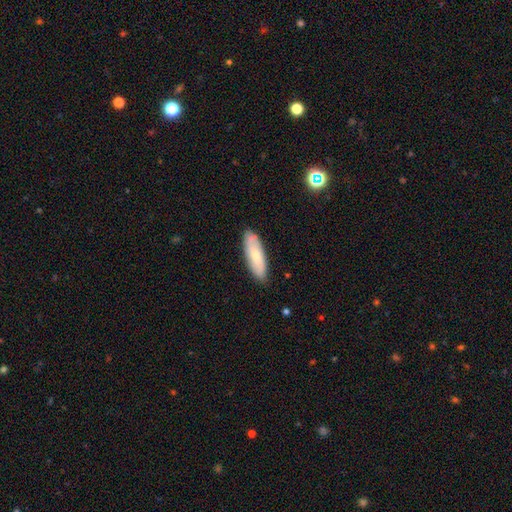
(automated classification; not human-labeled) smooth 66%, featured or disk 28%, star or artifact 6%. Down the decision tree: how rounded — in between (58%); merging — none (86%).